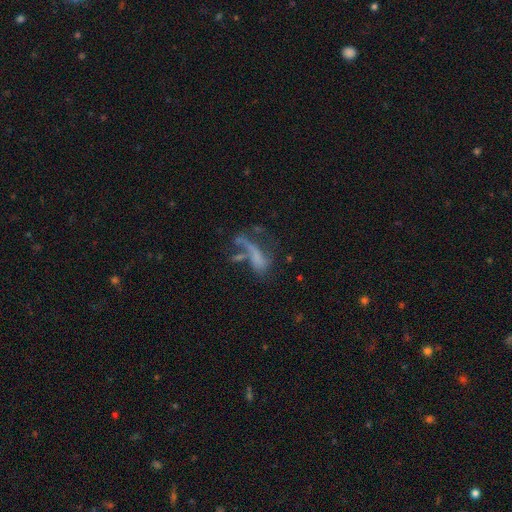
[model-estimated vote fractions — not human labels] Smooth or featured?
  - featured or disk: 44% *
  - smooth: 37%
  - star or artifact: 18%
Merging?
  - major disturbance: 40% *
  - merger: 25%
  - none: 22%
  - minor disturbance: 13%